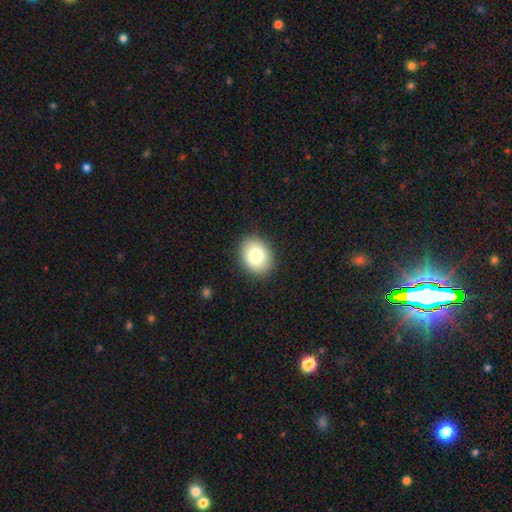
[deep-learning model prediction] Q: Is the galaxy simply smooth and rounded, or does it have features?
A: smooth — 81%.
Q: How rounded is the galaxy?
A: in between — 52%.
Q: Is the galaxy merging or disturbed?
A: none — 89%.